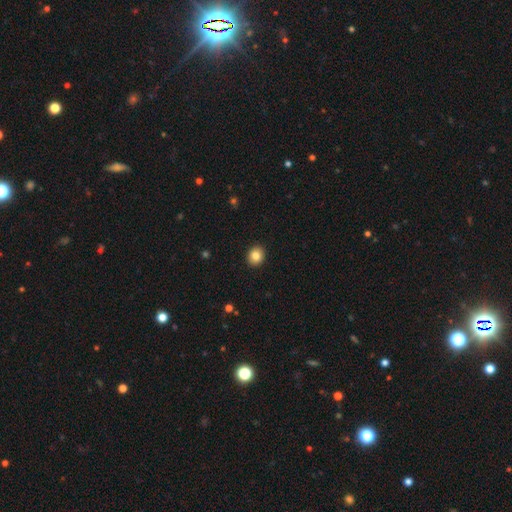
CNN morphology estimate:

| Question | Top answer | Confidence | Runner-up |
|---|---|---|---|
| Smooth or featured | smooth | 84% | star or artifact (9%) |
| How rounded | round | 75% | in between (24%) |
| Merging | none | 93% | minor disturbance (5%) |